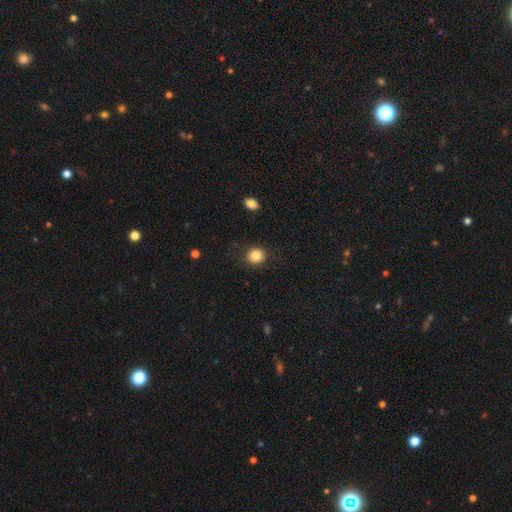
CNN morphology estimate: Smooth or featured?
  - smooth: 85% *
  - star or artifact: 10%
  - featured or disk: 5%
How rounded?
  - round: 84% *
  - in between: 15%
  - cigar-shaped: 1%
Merging?
  - none: 86% *
  - minor disturbance: 9%
  - major disturbance: 3%
  - merger: 1%